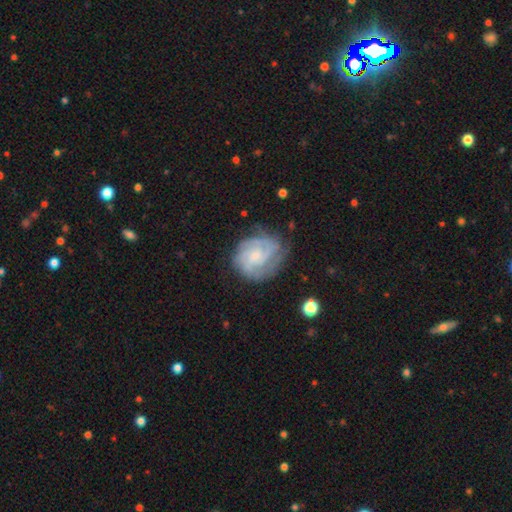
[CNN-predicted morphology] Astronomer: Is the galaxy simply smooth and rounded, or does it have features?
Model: featured or disk — 80%.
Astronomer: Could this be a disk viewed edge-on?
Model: no — 98%.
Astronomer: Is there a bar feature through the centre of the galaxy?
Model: no — 60%.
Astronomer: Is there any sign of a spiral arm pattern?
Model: yes — 95%.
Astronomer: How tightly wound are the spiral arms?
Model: tight — 59%.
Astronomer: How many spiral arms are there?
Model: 3 — 31% (runner-up: can't tell, 26%).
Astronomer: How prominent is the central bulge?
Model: small — 61%.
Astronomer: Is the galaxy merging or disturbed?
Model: none — 67%.